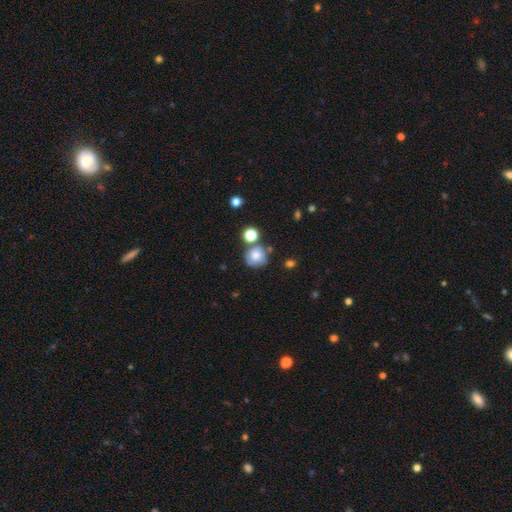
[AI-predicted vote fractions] Smooth or featured: smooth — 74% (featured or disk — 14%)
How rounded: round — 88% (in between — 11%)
Merging: none — 60% (merger — 17%)